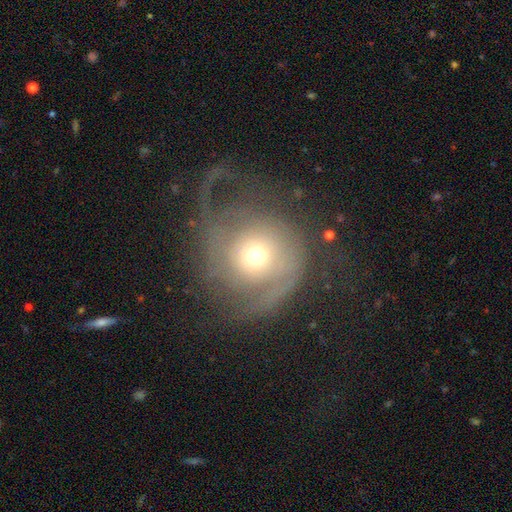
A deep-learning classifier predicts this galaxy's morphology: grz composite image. It shows a featured or disk galaxy (48%). Merging: major disturbance (49%).